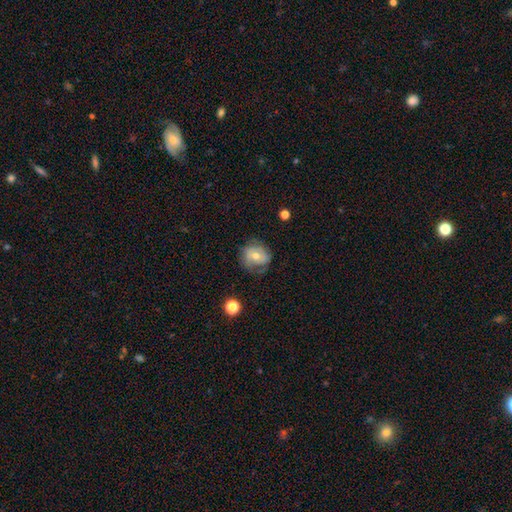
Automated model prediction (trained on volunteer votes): Smooth or featured? Predicted: featured or disk (p=0.50). Merging? Predicted: none (p=0.62).